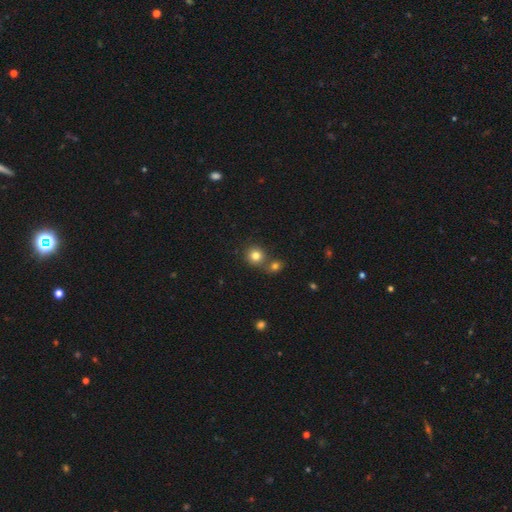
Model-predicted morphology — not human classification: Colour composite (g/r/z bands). It shows a smooth galaxy with no disk features (80%) that is round (89%). Merging: none (60%).